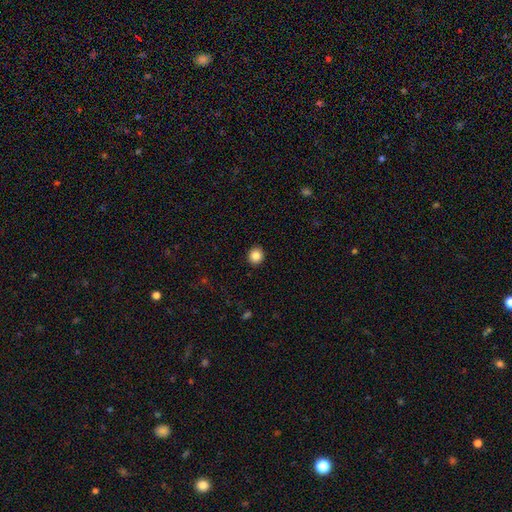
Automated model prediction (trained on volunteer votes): A smooth galaxy with no disk features (85%) that is round (88%). Merging: none (92%).